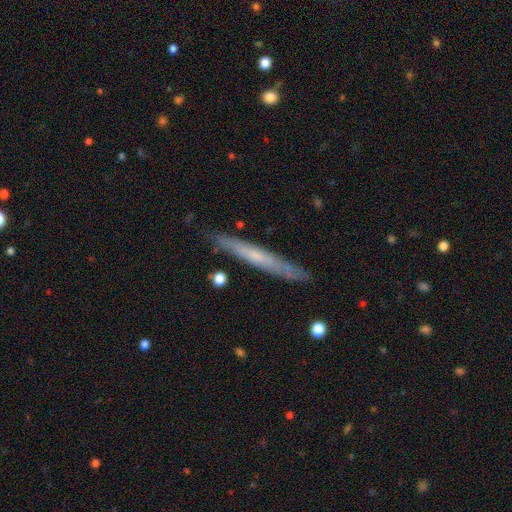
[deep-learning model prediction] Q: Smooth or featured?
A: featured or disk (53%); runner-up: smooth (41%)
Q: Edge-on disk?
A: yes (90%); runner-up: no (10%)
Q: Merging?
A: none (85%); runner-up: minor disturbance (12%)